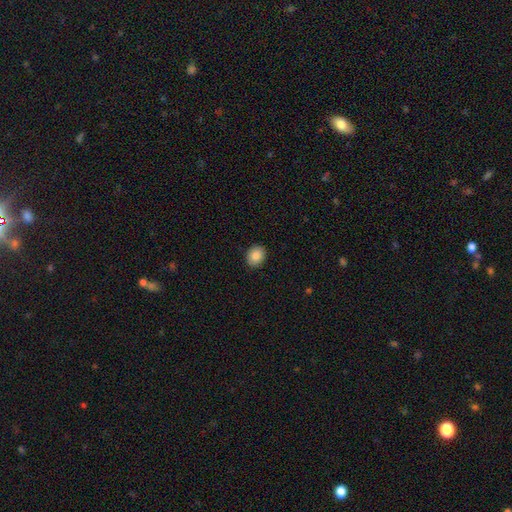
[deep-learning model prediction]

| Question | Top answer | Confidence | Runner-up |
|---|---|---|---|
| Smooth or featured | smooth | 87% | star or artifact (8%) |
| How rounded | round | 57% | in between (42%) |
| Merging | none | 91% | minor disturbance (6%) |